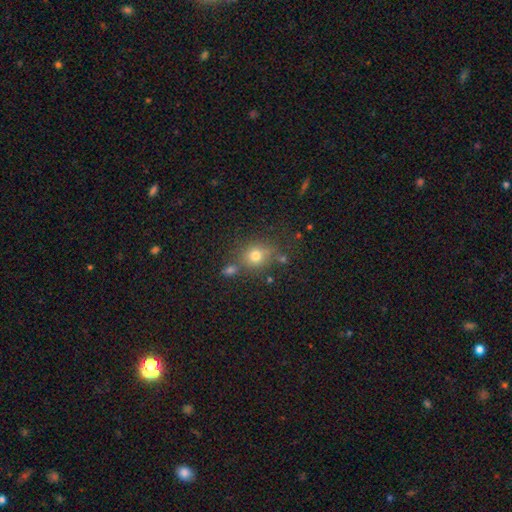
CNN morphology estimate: This is likely a smooth galaxy (74%). How rounded: likely round (78%). Merging: likely none (68%).